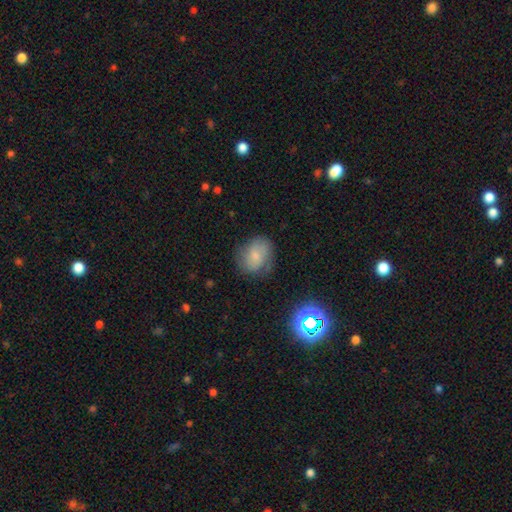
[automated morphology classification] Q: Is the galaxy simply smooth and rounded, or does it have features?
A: smooth — 61%.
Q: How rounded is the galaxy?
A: round — 49%, tied with in between.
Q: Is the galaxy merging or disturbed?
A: none — 67%.